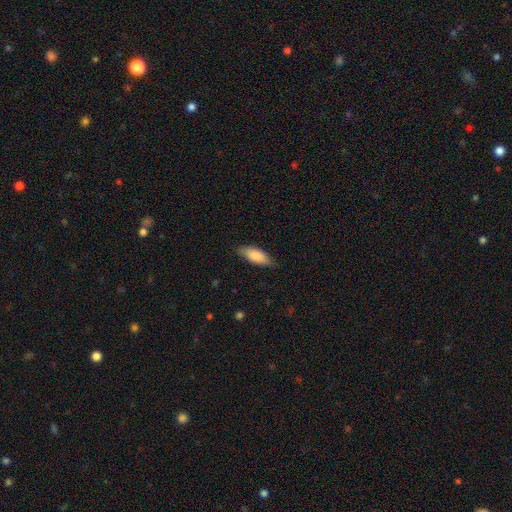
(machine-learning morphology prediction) Q: Smooth or featured?
A: smooth (86%); runner-up: featured or disk (8%)
Q: How rounded?
A: in between (76%); runner-up: cigar-shaped (22%)
Q: Merging?
A: none (79%); runner-up: minor disturbance (17%)